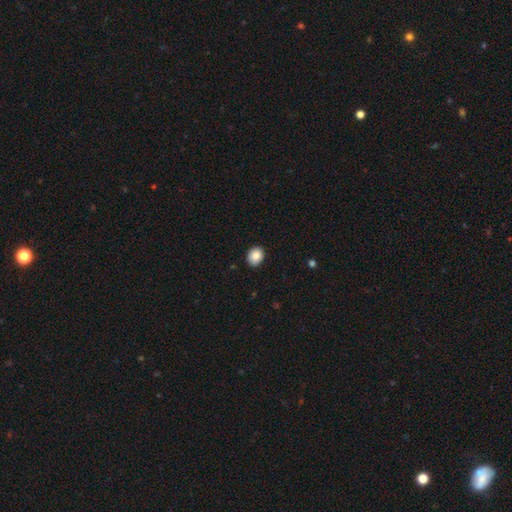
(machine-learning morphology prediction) Smooth or featured: smooth — 84% (star or artifact — 8%)
How rounded: round — 52% (in between — 47%)
Merging: none — 90% (minor disturbance — 8%)